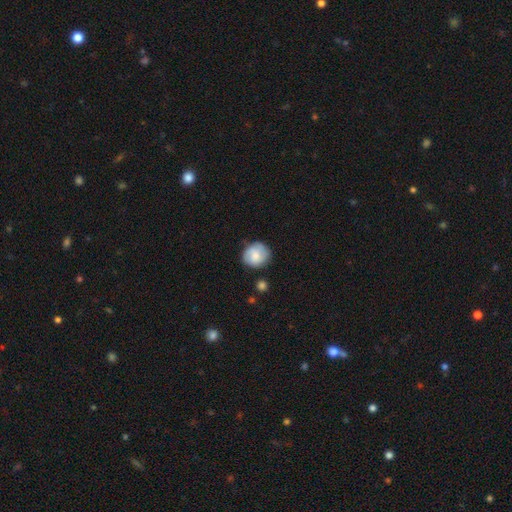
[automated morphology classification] Q: Smooth or featured?
A: smooth (68%); runner-up: featured or disk (25%)
Q: How rounded?
A: round (84%); runner-up: in between (15%)
Q: Merging?
A: none (77%); runner-up: minor disturbance (16%)